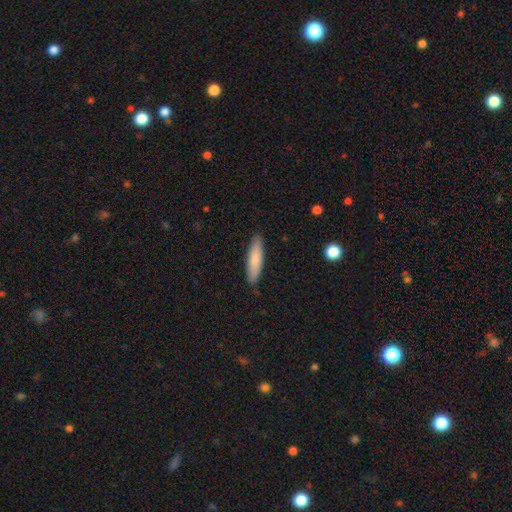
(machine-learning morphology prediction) Smooth or featured? smooth (78%)
How rounded? cigar-shaped (76%)
Merging? none (89%)